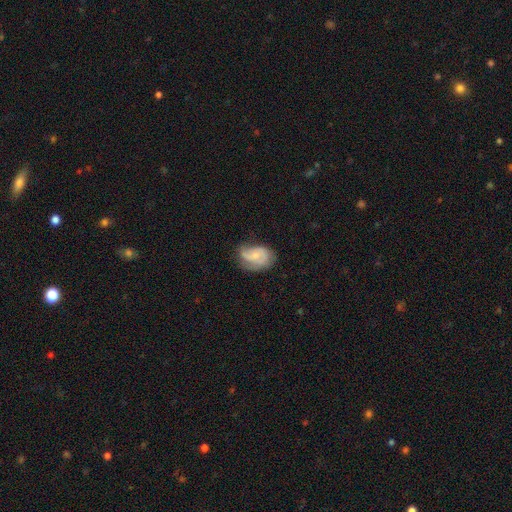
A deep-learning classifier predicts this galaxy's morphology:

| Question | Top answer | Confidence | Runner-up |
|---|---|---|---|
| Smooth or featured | featured or disk | 62% | smooth (31%) |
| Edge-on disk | no | 97% | yes (3%) |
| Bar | no | 65% | weak (31%) |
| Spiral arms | yes | 86% | no (14%) |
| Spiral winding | medium | 43% | loose (32%) |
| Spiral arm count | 2 | 51% | can't tell (19%) |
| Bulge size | small | 63% | moderate (26%) |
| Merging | none | 49% | minor disturbance (31%) |